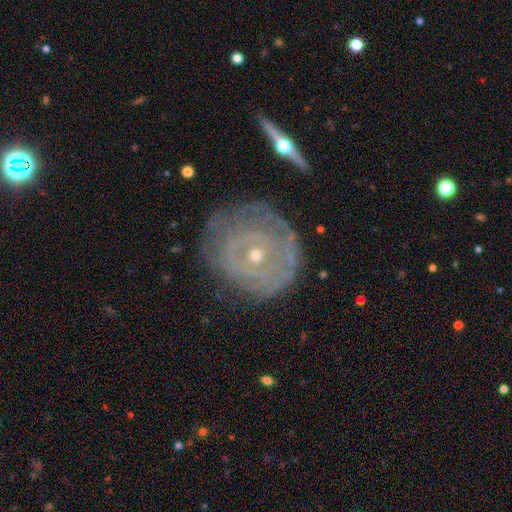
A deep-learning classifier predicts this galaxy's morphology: A featured or disk galaxy (79%) with no bar (73%), tight (79%) spiral arms (75%) and a small central bulge (61%). Merging: none (67%).